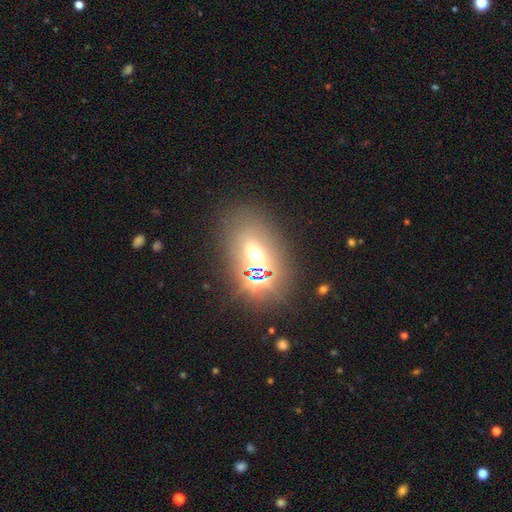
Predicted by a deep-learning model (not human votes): This appears to be a smooth galaxy with no disk features (43%). Merging: none (65%).